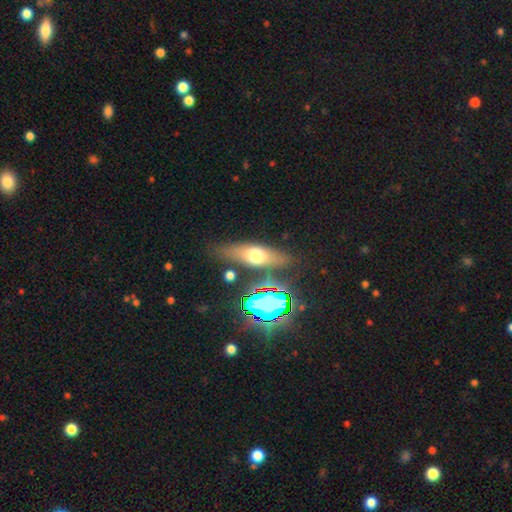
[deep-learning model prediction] This appears to be a smooth galaxy with no disk features (52%) that is in between round and cigar-shaped (54%). Merging: none (77%).